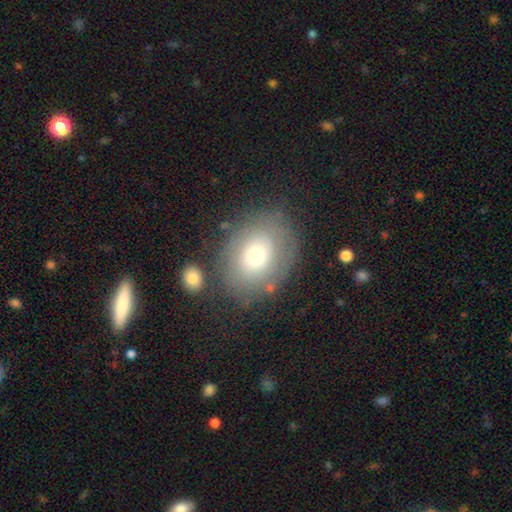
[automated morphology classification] type=smooth (57%); roundness=in between (50%); merging=none (70%).